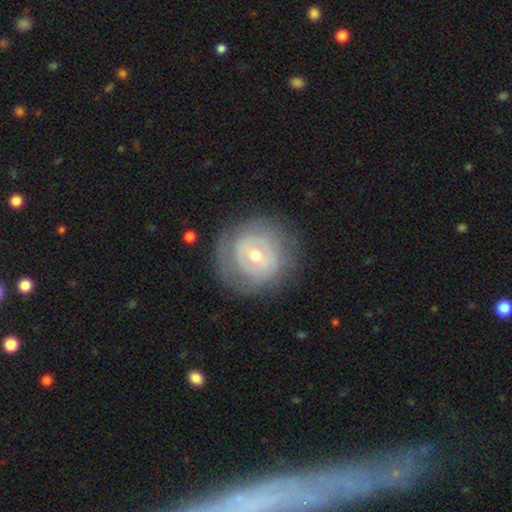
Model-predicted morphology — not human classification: Smooth or featured? featured or disk (60%)
Edge-on disk? no (96%)
Bar? no (60%)
Spiral arms? no (54%)
Bulge size? moderate (49%)
Merging? none (76%)